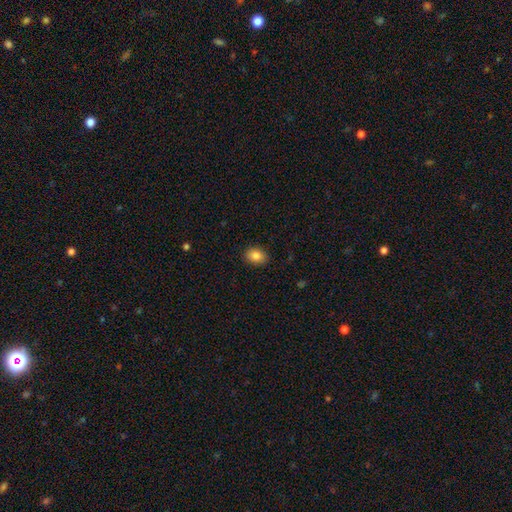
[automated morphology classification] Smooth or featured? Predicted: smooth (p=0.85). How rounded? Predicted: in between (p=0.69). Merging? Predicted: none (p=0.88).